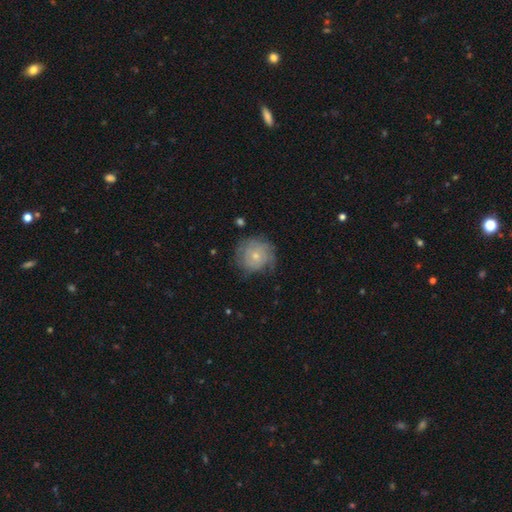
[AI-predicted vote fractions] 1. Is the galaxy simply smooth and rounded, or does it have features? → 55% featured or disk, 38% smooth, 7% star or artifact.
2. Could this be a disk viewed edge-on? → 97% no, 3% yes.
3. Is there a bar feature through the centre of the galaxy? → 82% no, 16% weak, 2% strong.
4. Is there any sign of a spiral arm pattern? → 76% yes, 24% no.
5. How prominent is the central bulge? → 60% small, 36% moderate, 2% none, 1% large, 1% dominant.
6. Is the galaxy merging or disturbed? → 66% none, 23% minor disturbance, 9% major disturbance, 1% merger.